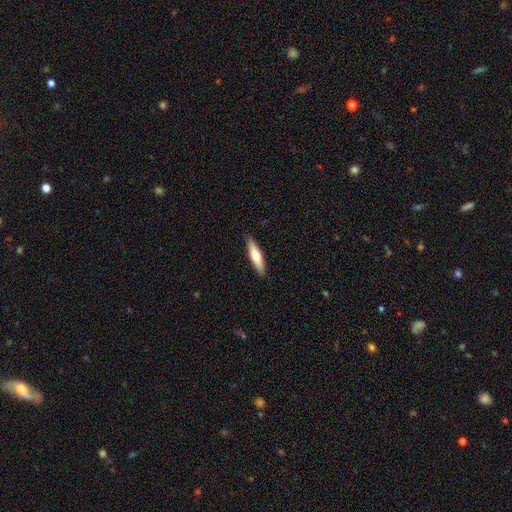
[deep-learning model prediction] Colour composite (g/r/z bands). It shows a smooth galaxy with no disk features (64%) that is cigar-shaped (75%). Merging: none (90%).